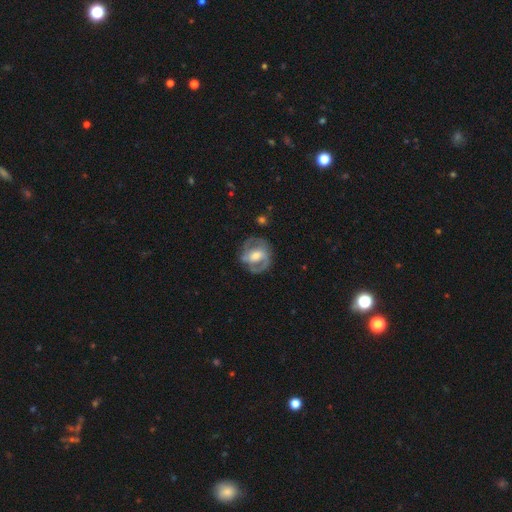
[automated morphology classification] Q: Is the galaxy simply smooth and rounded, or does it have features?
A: featured or disk — 77%.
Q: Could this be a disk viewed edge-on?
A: no — 97%.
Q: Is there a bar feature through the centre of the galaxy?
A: weak — 44%.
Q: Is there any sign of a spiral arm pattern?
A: yes — 85%.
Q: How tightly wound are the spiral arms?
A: medium — 49%.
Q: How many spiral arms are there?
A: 2 — 76%.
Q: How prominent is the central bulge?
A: moderate — 59%.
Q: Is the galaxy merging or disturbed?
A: none — 71%.